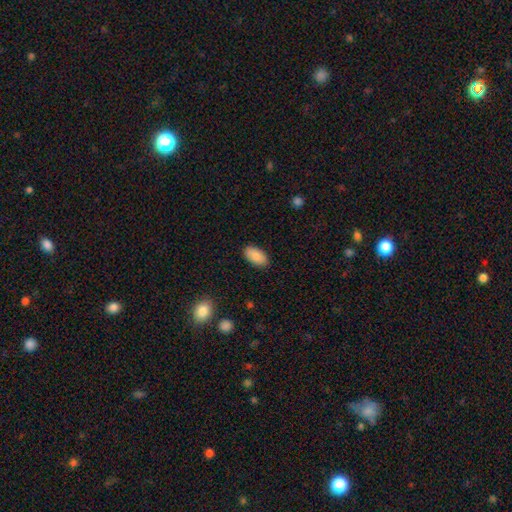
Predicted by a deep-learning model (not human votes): A smooth galaxy with no disk features (89%) that is in between round and cigar-shaped (95%).

Vote fractions:
- Smooth or featured? smooth: 89% / star or artifact: 7% / featured or disk: 5%
- How rounded? in between: 95% / round: 3% / cigar-shaped: 3%
- Merging? none: 88% / minor disturbance: 9% / major disturbance: 2% / merger: 1%